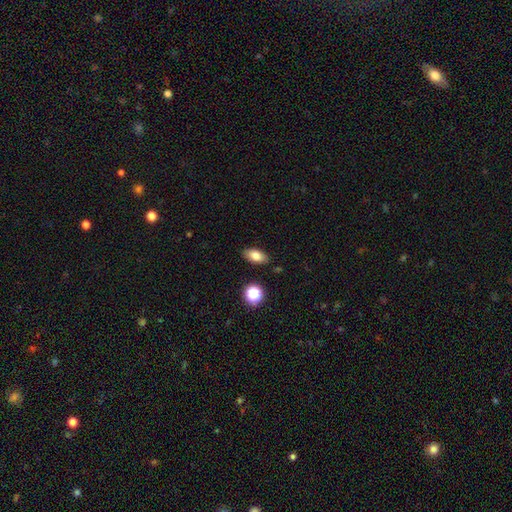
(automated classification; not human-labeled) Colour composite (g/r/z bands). It shows a smooth galaxy with no disk features (80%) that is in between round and cigar-shaped (88%). Merging: none (86%).